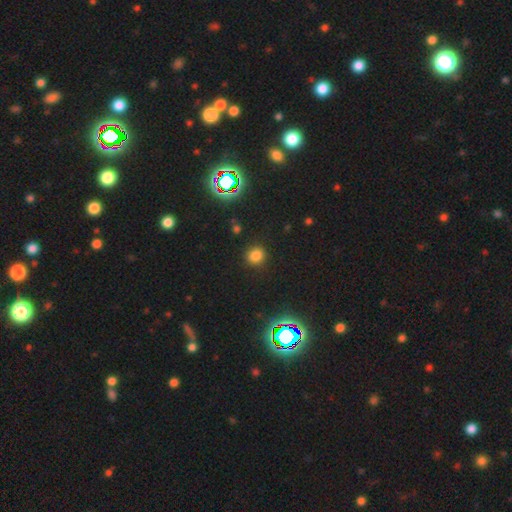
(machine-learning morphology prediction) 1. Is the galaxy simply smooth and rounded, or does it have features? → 76% smooth, 19% star or artifact, 5% featured or disk.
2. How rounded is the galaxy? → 83% round, 16% in between, 1% cigar-shaped.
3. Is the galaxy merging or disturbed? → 89% none, 7% minor disturbance, 3% major disturbance, 2% merger.